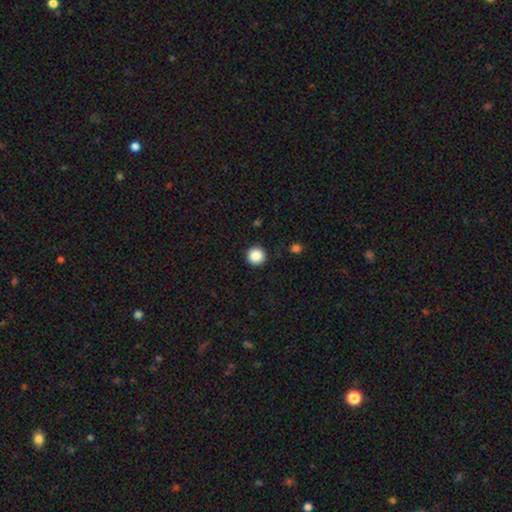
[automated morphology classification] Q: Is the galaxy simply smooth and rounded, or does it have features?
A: smooth — 87%.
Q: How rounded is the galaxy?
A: round — 96%.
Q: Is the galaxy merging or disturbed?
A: none — 92%.